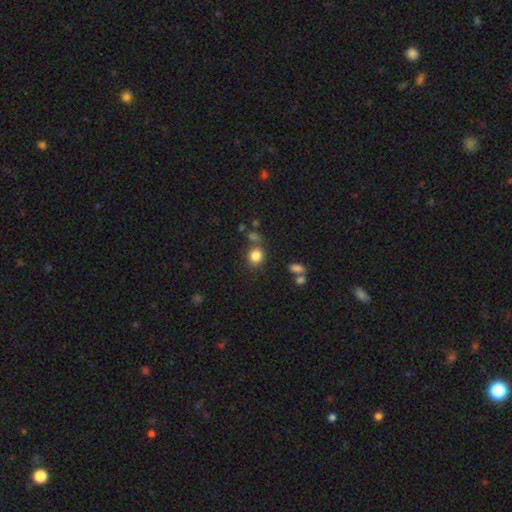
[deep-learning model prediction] A smooth galaxy with no disk features (84%) that is round (71%). Merging: none (70%).